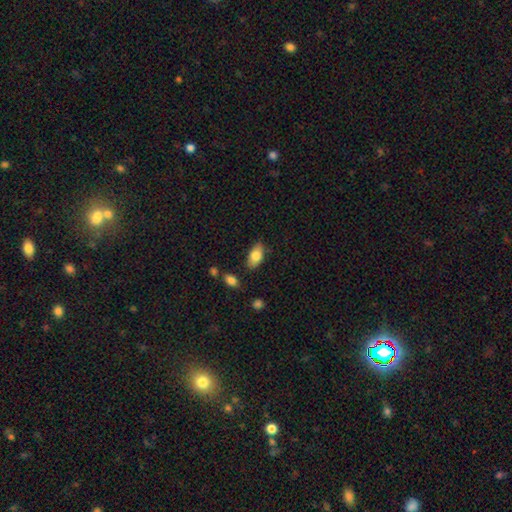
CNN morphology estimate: A smooth galaxy with no disk features (80%) that is in between round and cigar-shaped (91%). Merging: none (81%).